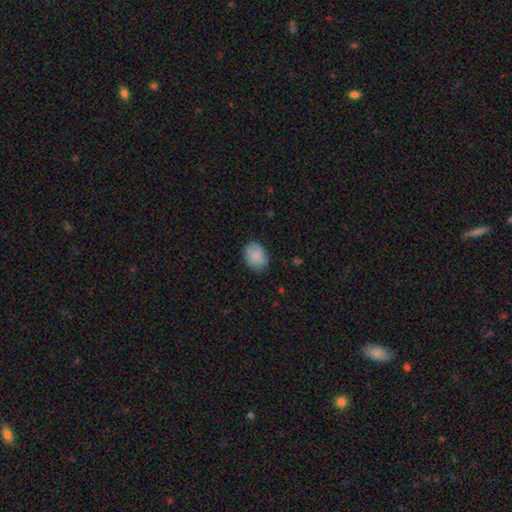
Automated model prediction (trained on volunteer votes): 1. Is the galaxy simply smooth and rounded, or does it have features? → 86% smooth, 7% featured or disk, 7% star or artifact.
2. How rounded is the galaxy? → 71% in between, 28% round, 1% cigar-shaped.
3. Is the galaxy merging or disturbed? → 81% none, 15% minor disturbance, 3% major disturbance, 1% merger.